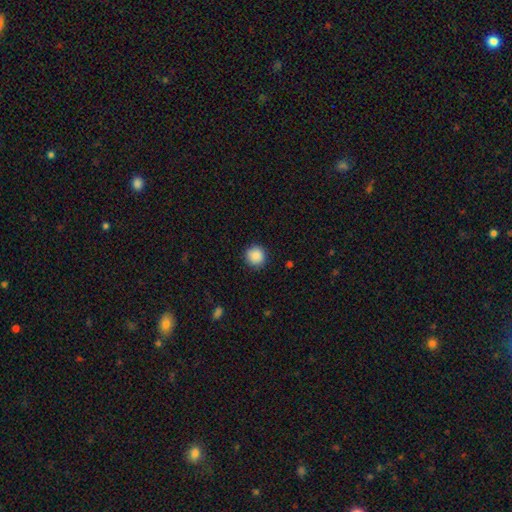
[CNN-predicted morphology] A smooth galaxy with no disk features (89%) that is round (94%).

Vote fractions:
- Smooth or featured? smooth: 89% / star or artifact: 8% / featured or disk: 3%
- How rounded? round: 94% / in between: 5% / cigar-shaped: 1%
- Merging? none: 91% / minor disturbance: 7% / major disturbance: 2% / merger: 1%